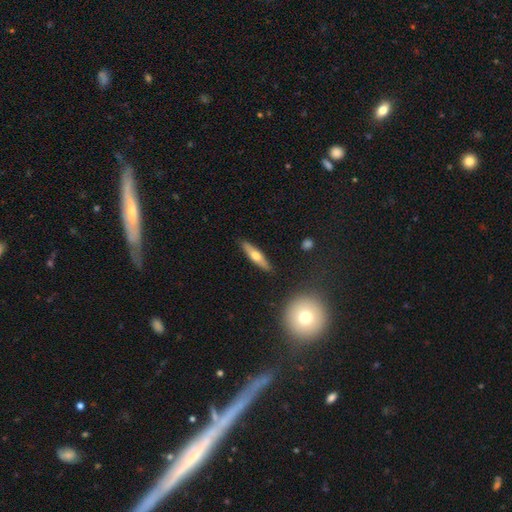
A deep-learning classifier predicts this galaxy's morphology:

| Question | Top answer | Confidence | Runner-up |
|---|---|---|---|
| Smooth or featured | smooth | 47% | tied: featured or disk (47%) |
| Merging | none | 88% | minor disturbance (8%) |